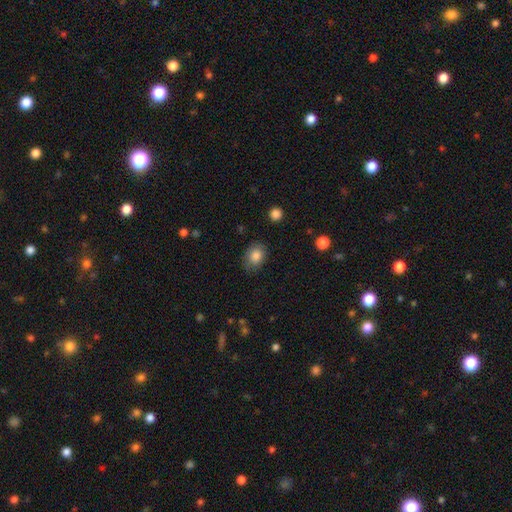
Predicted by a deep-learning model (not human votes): A smooth galaxy with no disk features (85%) that is in between round and cigar-shaped (54%). Merging: none (77%).